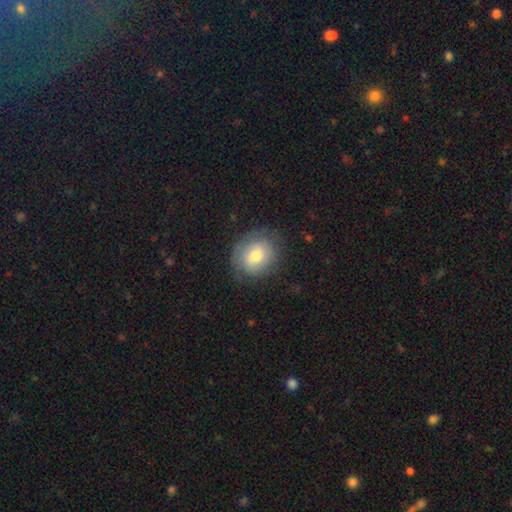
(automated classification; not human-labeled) Smooth or featured? Predicted: smooth (p=0.66). How rounded? Predicted: round (p=0.66). Merging? Predicted: none (p=0.75).